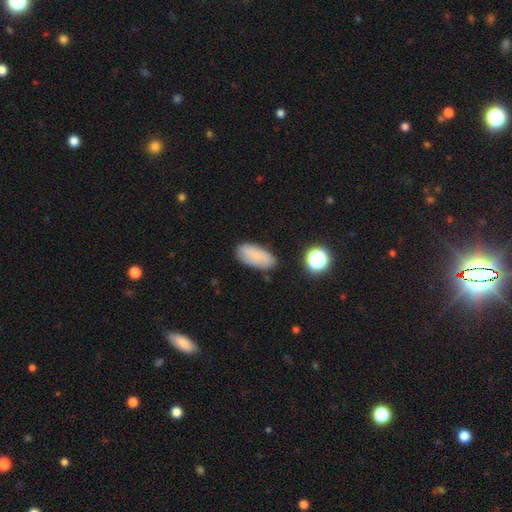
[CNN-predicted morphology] smooth-or-featured: smooth: 74% | featured or disk: 16% | star or artifact: 10%
  how-rounded: in between: 90% | cigar-shaped: 6% | round: 4%
  merging: none: 78% | minor disturbance: 16% | major disturbance: 4% | merger: 2%